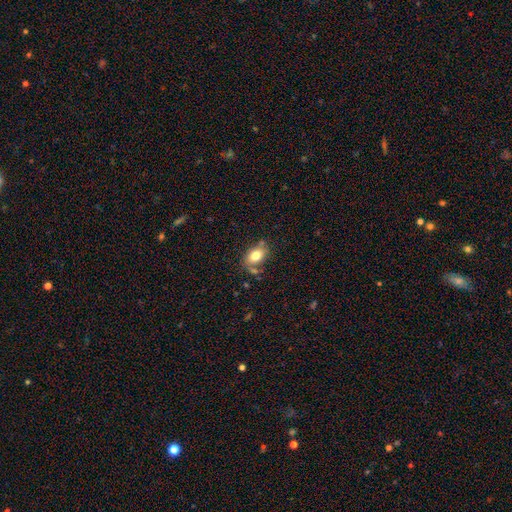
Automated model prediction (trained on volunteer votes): This is likely a smooth galaxy (76%). How rounded: clearly in between (86%). Merging: likely none (64%).